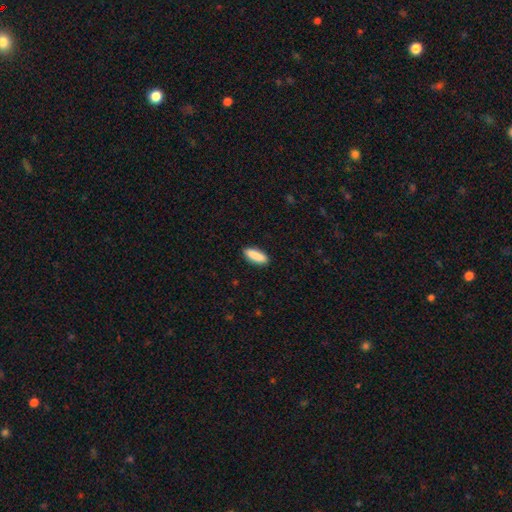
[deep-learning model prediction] Smooth or featured?
  - smooth: 89% *
  - star or artifact: 6%
  - featured or disk: 5%
How rounded?
  - in between: 55% *
  - cigar-shaped: 43%
  - round: 2%
Merging?
  - none: 90% *
  - minor disturbance: 7%
  - major disturbance: 2%
  - merger: 1%